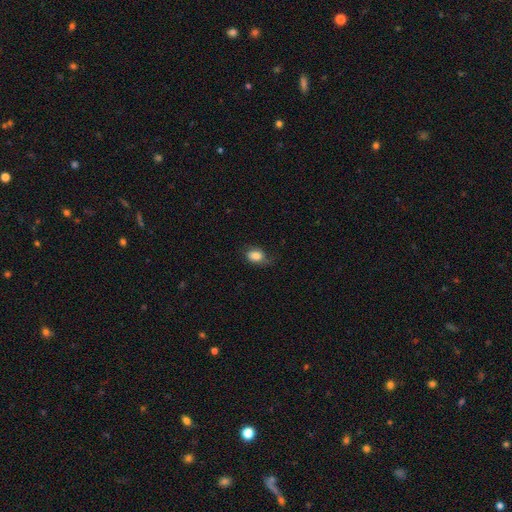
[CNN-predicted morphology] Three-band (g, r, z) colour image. It shows a smooth galaxy with no disk features (80%) that is in between round and cigar-shaped (65%). Merging: none (61%).